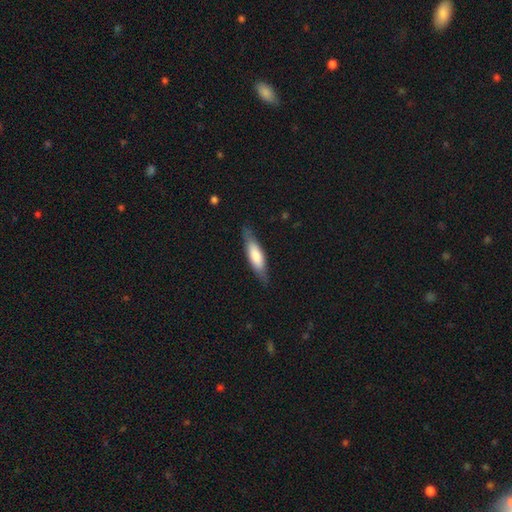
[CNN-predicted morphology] Q: Smooth or featured?
A: smooth (67%); runner-up: featured or disk (28%)
Q: How rounded?
A: cigar-shaped (61%); runner-up: in between (37%)
Q: Merging?
A: none (82%); runner-up: minor disturbance (14%)